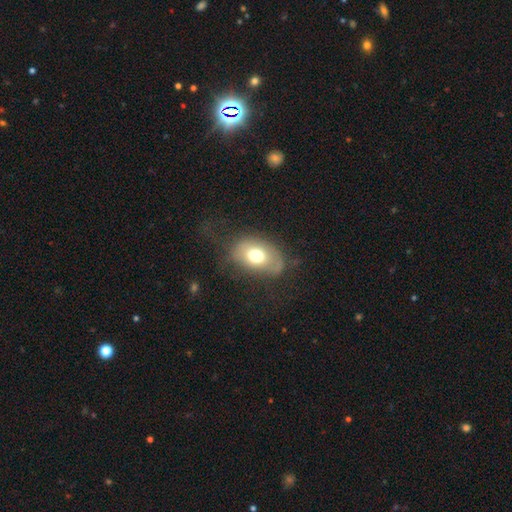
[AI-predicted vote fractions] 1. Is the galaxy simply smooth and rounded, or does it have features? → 66% smooth, 25% featured or disk, 9% star or artifact.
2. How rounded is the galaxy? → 82% in between, 17% round, 1% cigar-shaped.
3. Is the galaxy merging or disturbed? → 52% none, 26% minor disturbance, 21% major disturbance, 2% merger.